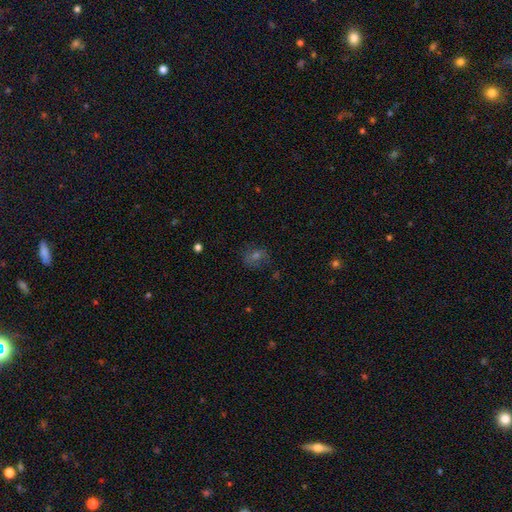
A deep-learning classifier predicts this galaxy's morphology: The model was most divided on "smooth or featured": smooth: 40%, featured or disk: 32%, star or artifact: 28%. More confident: merging — none (73%).